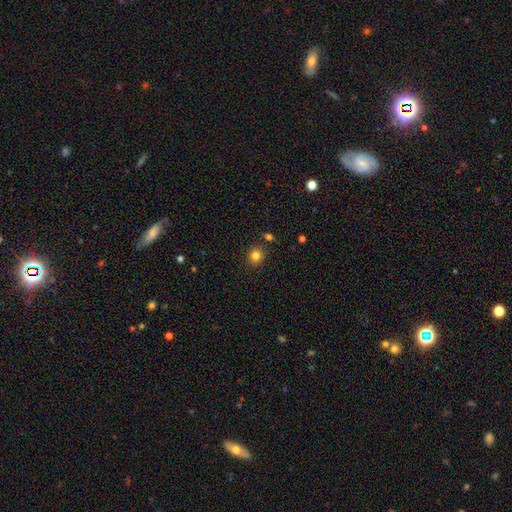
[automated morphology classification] Smooth or featured: smooth — 81% (star or artifact — 13%)
How rounded: round — 87% (in between — 12%)
Merging: none — 85% (minor disturbance — 8%)